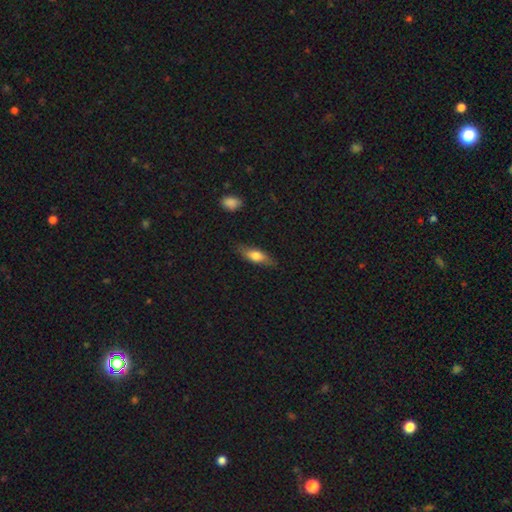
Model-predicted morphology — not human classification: Smooth or featured: smooth — 65% (featured or disk — 29%)
How rounded: in between — 56% (cigar-shaped — 41%)
Merging: none — 79% (minor disturbance — 16%)